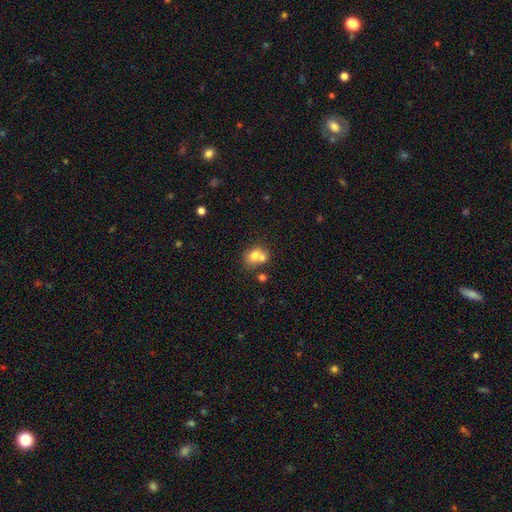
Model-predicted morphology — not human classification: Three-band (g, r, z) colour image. It shows a smooth galaxy with no disk features (72%) that is round (55%). Merging: merger (49%).